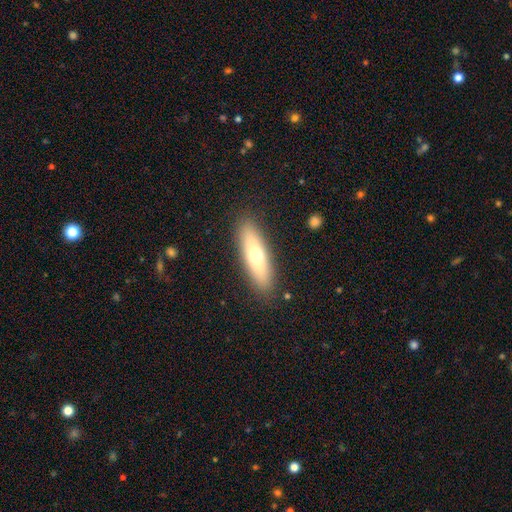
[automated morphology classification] This appears to be a smooth galaxy with no disk features (61%) that is cigar-shaped (58%). Merging: none (89%).